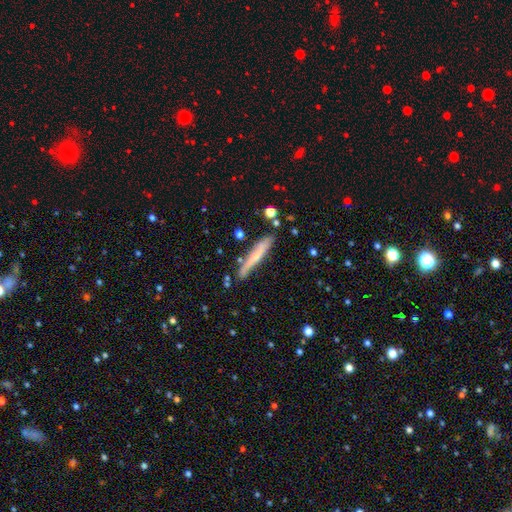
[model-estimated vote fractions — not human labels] Smooth or featured?
  - smooth: 53% *
  - featured or disk: 40%
  - star or artifact: 6%
How rounded?
  - cigar-shaped: 93% *
  - in between: 5%
  - round: 1%
Merging?
  - none: 78% *
  - minor disturbance: 16%
  - merger: 4%
  - major disturbance: 3%